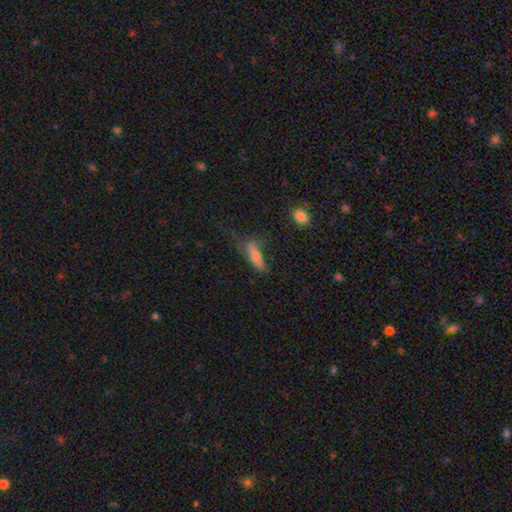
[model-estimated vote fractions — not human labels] smooth 68%, featured or disk 23%, star or artifact 9%. Down the decision tree: how rounded — in between (49%); merging — none (37%).